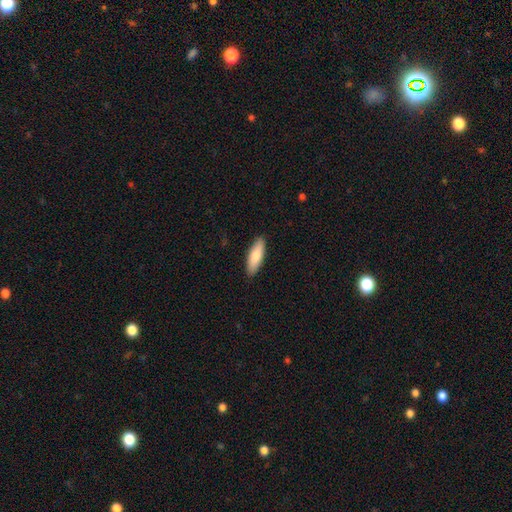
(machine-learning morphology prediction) Smooth or featured? smooth (81%)
How rounded? in between (54%)
Merging? none (89%)